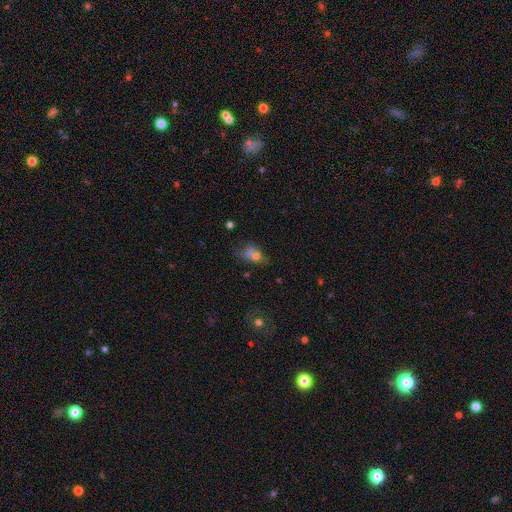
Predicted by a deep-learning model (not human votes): Morphology: type=smooth (62%); roundness=in between (56%); merging=merger (40%).